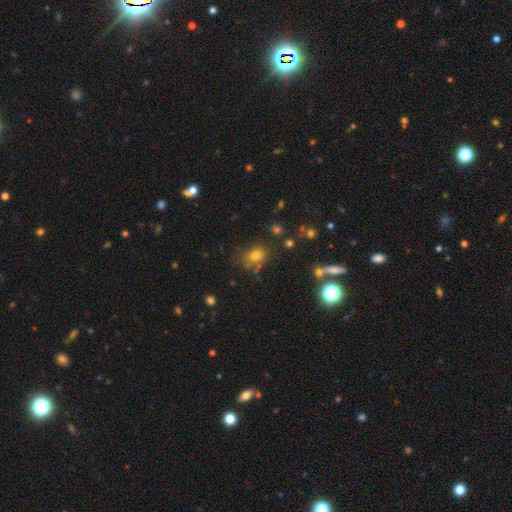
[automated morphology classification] A smooth galaxy with no disk features (72%) that is round (52%).

Vote fractions:
- Smooth or featured? smooth: 72% / star or artifact: 19% / featured or disk: 9%
- How rounded? round: 52% / in between: 47% / cigar-shaped: 1%
- Merging? none: 72% / minor disturbance: 15% / merger: 8% / major disturbance: 6%